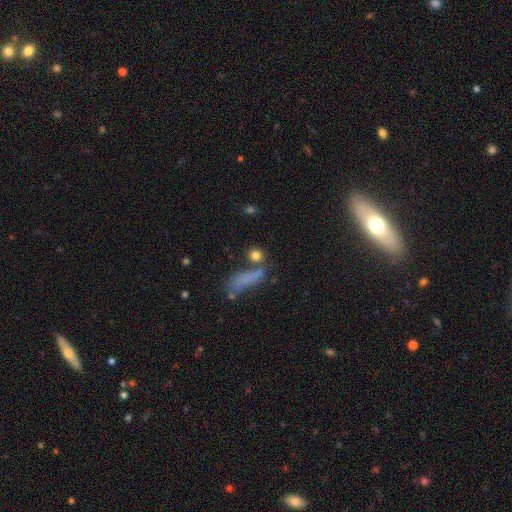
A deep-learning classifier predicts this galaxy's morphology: Q: Smooth or featured?
A: smooth (79%); runner-up: star or artifact (12%)
Q: How rounded?
A: round (64%); runner-up: in between (23%)
Q: Merging?
A: none (62%); runner-up: merger (19%)